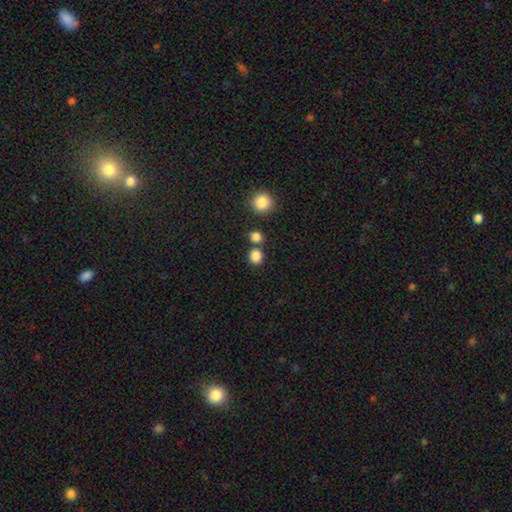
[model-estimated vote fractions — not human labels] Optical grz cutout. It shows a smooth galaxy with no disk features (85%) that is round (84%). Merging: none (73%).